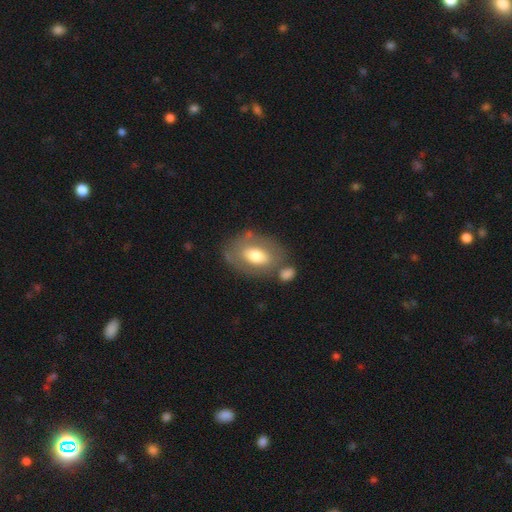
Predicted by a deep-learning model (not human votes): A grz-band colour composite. It shows a smooth galaxy with no disk features (59%) that is in between round and cigar-shaped (81%). Merging: none (59%).